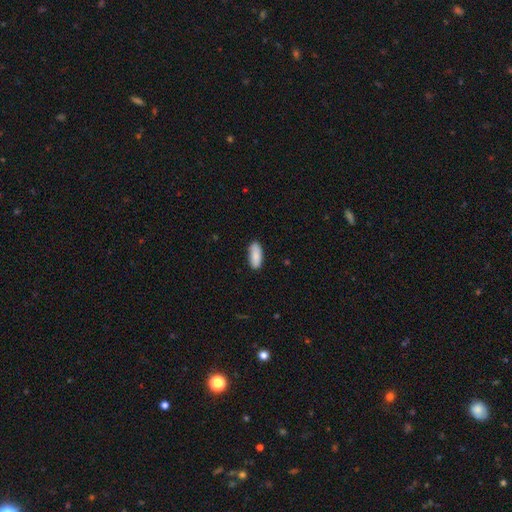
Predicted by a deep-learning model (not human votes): smooth_or_featured: smooth (p=0.87) [alt: featured or disk p=0.07]
how_rounded: in between (p=0.83) [alt: cigar-shaped p=0.15]
merging: none (p=0.84) [alt: minor disturbance p=0.13]